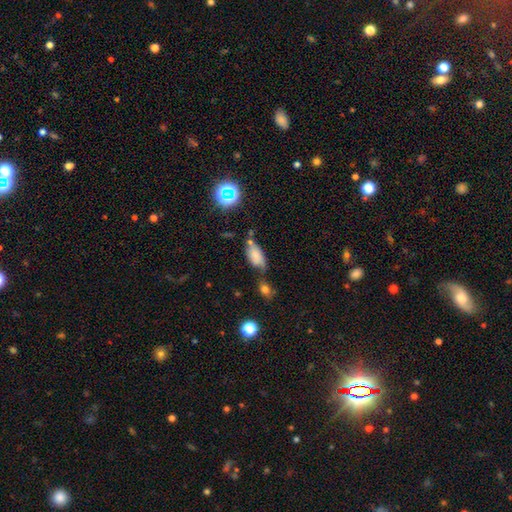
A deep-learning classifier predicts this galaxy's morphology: Smooth or featured? smooth (74%)
How rounded? in between (90%)
Merging? none (41%)